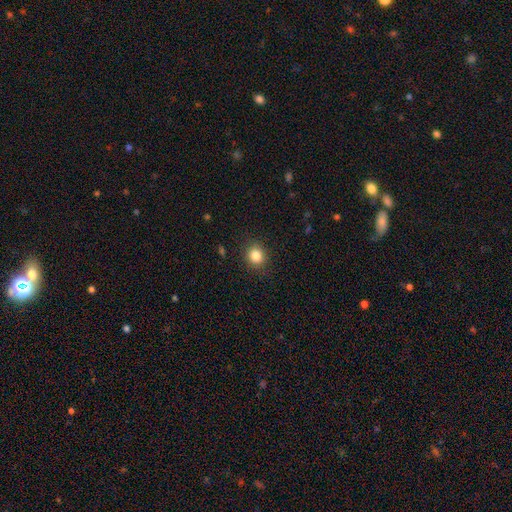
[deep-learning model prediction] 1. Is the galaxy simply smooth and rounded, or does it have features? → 84% smooth, 10% star or artifact, 5% featured or disk.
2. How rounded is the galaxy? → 76% round, 24% in between, 1% cigar-shaped.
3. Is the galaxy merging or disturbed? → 88% none, 8% minor disturbance, 3% major disturbance, 1% merger.